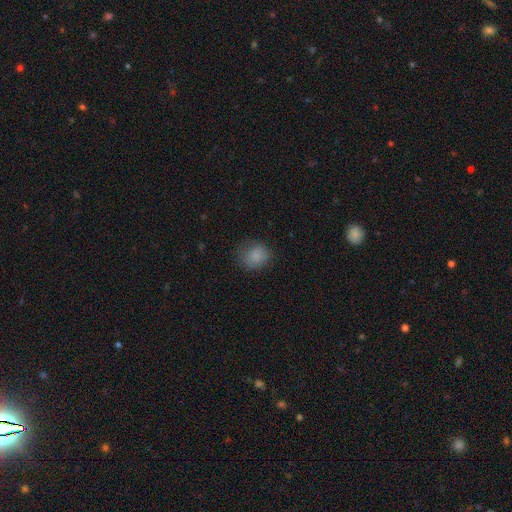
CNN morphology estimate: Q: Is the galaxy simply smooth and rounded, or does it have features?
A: smooth — 84%.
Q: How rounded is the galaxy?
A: round — 71%.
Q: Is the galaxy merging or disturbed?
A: none — 69%.